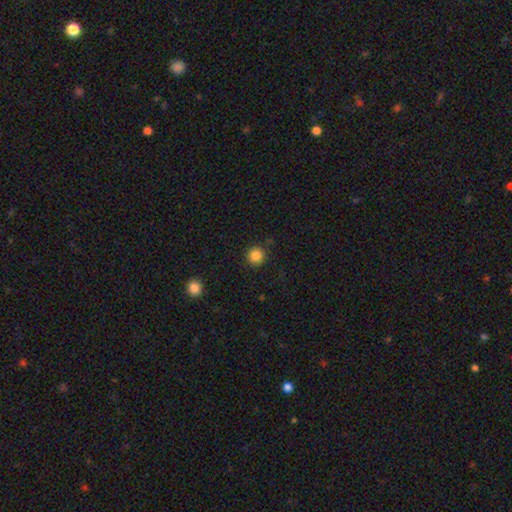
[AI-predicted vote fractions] The model was most divided on "smooth or featured": smooth: 84%, star or artifact: 11%, featured or disk: 4%. More confident: how rounded — round (95%); merging — none (91%).